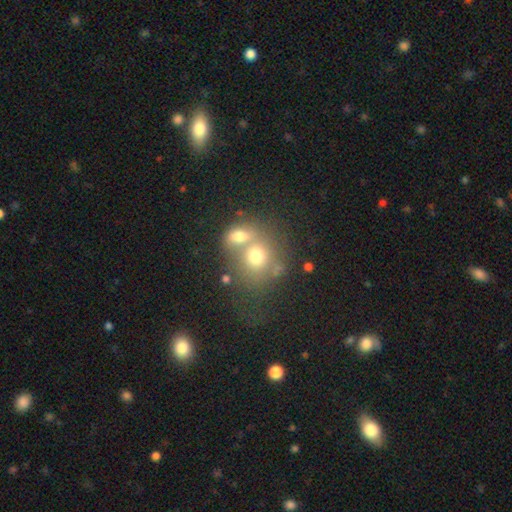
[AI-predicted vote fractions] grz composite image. It shows a smooth galaxy with no disk features (66%) that is round (68%). Merging: merger (60%).